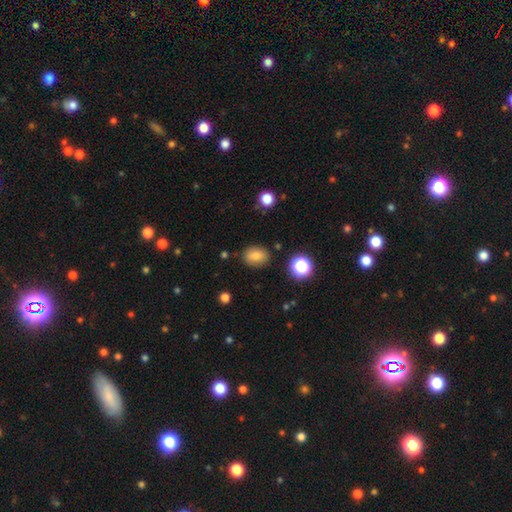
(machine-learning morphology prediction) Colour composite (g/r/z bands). It shows a smooth galaxy with no disk features (79%) that is in between round and cigar-shaped (67%). Merging: none (83%).